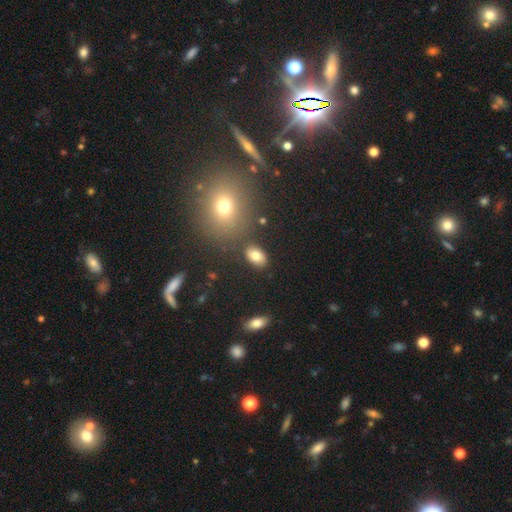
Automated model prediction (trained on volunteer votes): smooth-or-featured: smooth: 81% | featured or disk: 10% | star or artifact: 9%
  how-rounded: in between: 87% | round: 12% | cigar-shaped: 2%
  merging: none: 83% | minor disturbance: 10% | merger: 4% | major disturbance: 3%